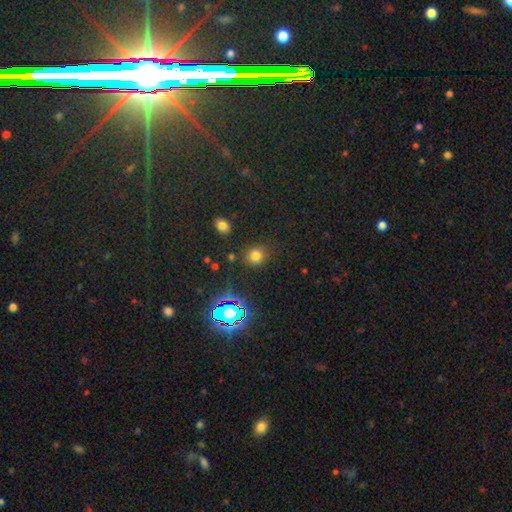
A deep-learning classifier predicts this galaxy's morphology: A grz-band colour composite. It shows a smooth galaxy with no disk features (73%) that is round (83%). Merging: none (84%).